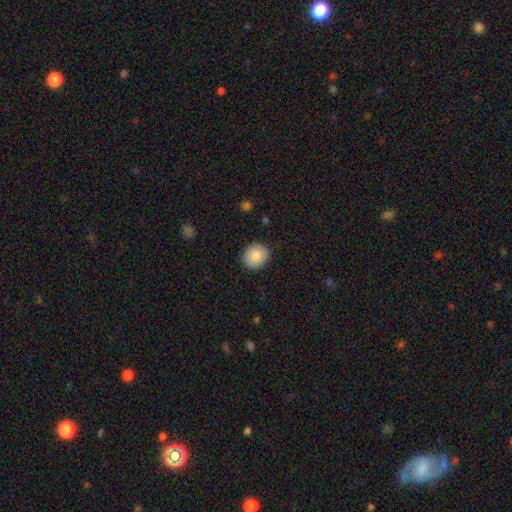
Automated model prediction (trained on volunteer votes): smooth 87%, star or artifact 8%, featured or disk 5%. Down the decision tree: how rounded — round (82%); merging — none (89%).